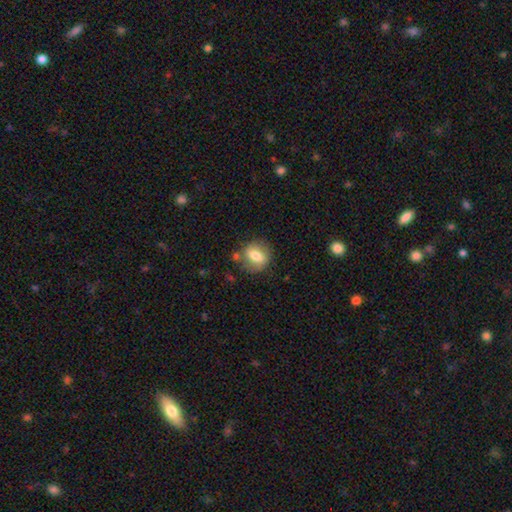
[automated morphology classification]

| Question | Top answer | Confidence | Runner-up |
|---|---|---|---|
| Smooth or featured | smooth | 69% | featured or disk (23%) |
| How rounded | round | 57% | in between (40%) |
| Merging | none | 72% | minor disturbance (16%) |